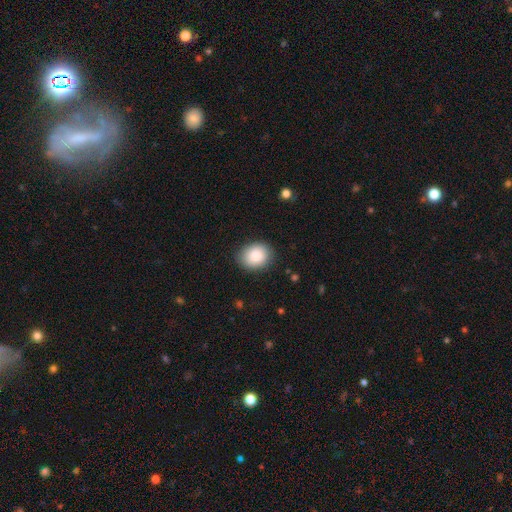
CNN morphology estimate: This appears to be a smooth galaxy with no disk features (87%) that is in between round and cigar-shaped (51%). Merging: none (85%).